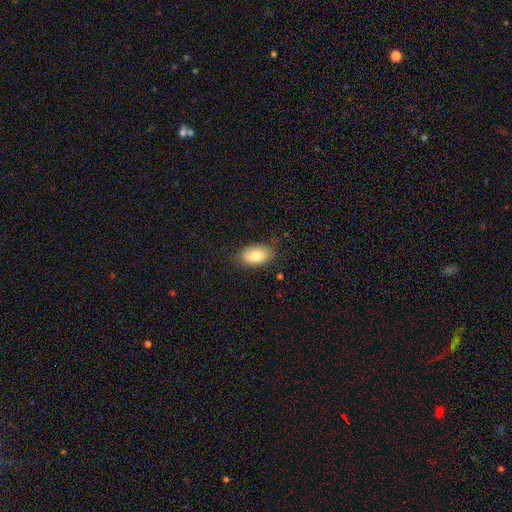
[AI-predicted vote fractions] Smooth or featured: smooth — 81% (featured or disk — 12%)
How rounded: in between — 91% (round — 7%)
Merging: none — 78% (minor disturbance — 17%)